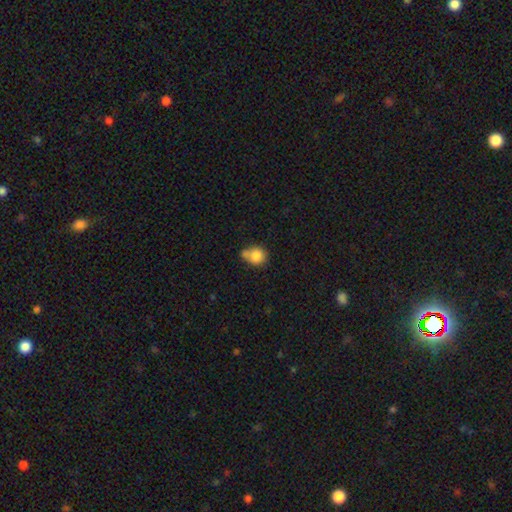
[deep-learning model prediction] Overall: smooth (82%). How rounded: round (79%). Merging: none (42%; merger 36%).